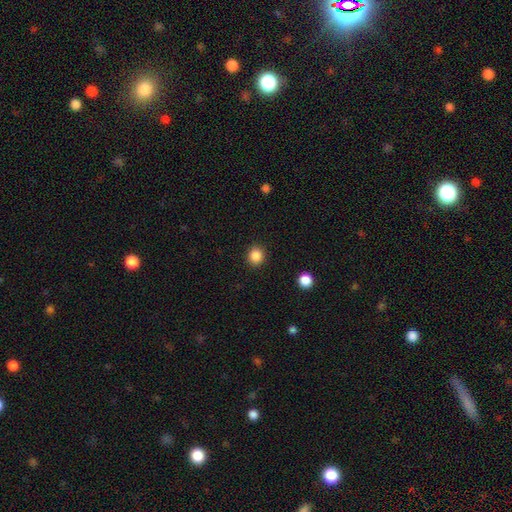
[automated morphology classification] A smooth galaxy with no disk features (86%) that is round (87%). Merging: none (91%).